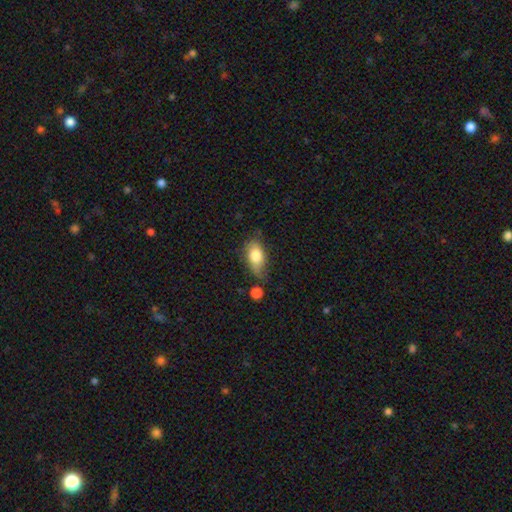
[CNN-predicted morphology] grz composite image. It shows a smooth galaxy with no disk features (77%) that is in between round and cigar-shaped (87%). Merging: none (53%).